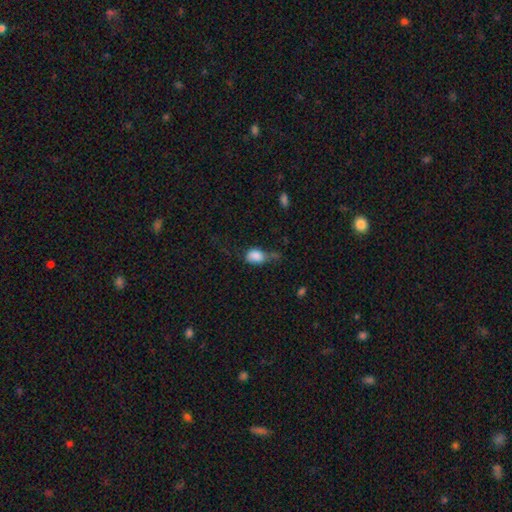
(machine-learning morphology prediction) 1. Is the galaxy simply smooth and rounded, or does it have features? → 83% smooth, 9% star or artifact, 9% featured or disk.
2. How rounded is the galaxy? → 76% in between, 22% round, 2% cigar-shaped.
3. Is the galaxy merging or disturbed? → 35% minor disturbance, 30% major disturbance, 26% none, 9% merger.